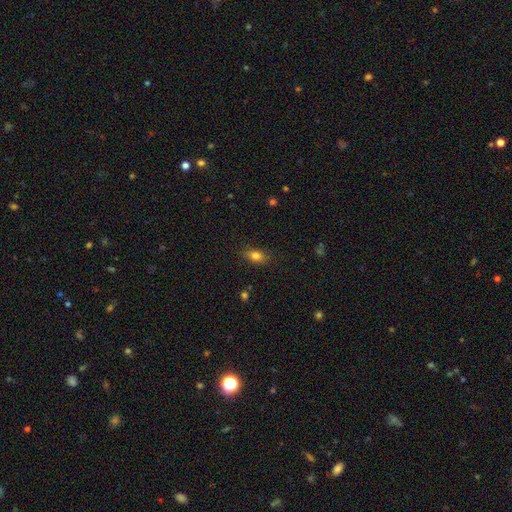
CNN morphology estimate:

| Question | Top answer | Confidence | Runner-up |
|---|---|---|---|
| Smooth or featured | smooth | 80% | star or artifact (10%) |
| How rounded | in between | 79% | round (16%) |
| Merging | none | 83% | minor disturbance (13%) |